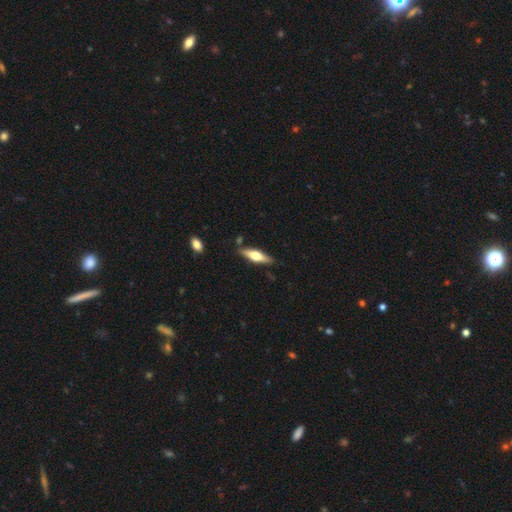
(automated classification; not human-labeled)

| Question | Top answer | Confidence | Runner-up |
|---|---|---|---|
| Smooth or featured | featured or disk | 50% | smooth (45%) |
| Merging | none | 83% | minor disturbance (12%) |